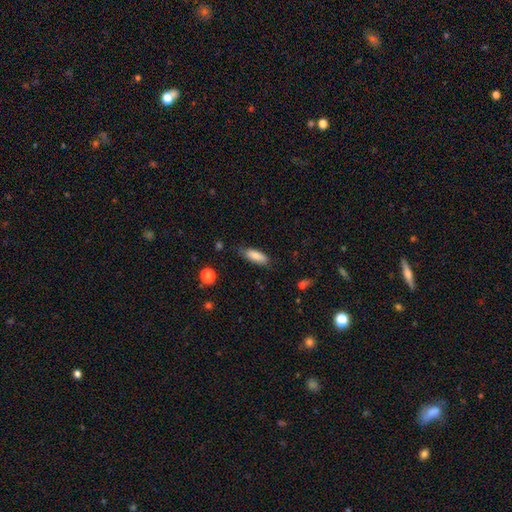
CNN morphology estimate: smooth_or_featured: smooth (p=0.85) [alt: featured or disk p=0.08]
how_rounded: in between (p=0.69) [alt: cigar-shaped p=0.29]
merging: none (p=0.72) [alt: minor disturbance p=0.22]